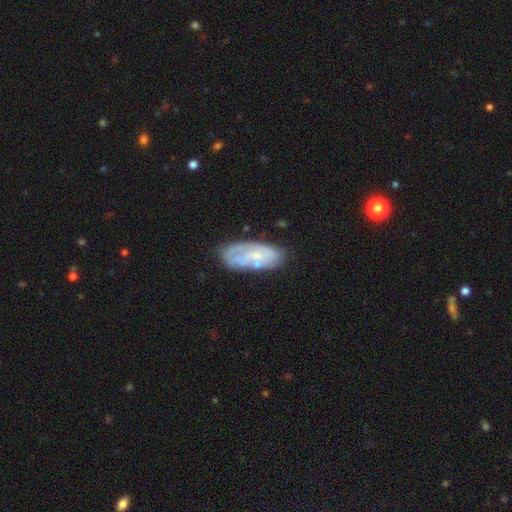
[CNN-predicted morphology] The model was most divided on "smooth or featured": featured or disk: 54%, smooth: 39%, star or artifact: 7%. More confident: edge-on disk — no (91%); merging — none (65%).